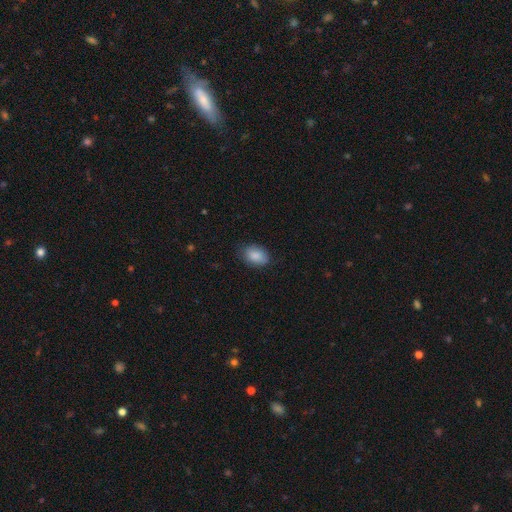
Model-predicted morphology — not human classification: This is clearly a smooth galaxy (88%). How rounded: clearly in between (83%). Merging: clearly none (80%).